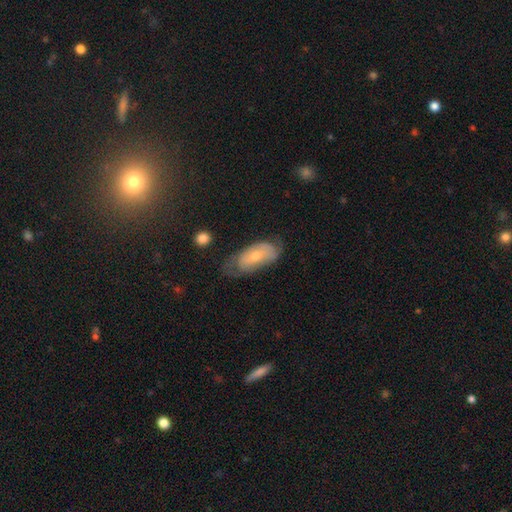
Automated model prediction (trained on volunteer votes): The model was most divided on "smooth or featured": smooth: 50%, featured or disk: 44%, star or artifact: 7%. Remaining: merging — none (47%).